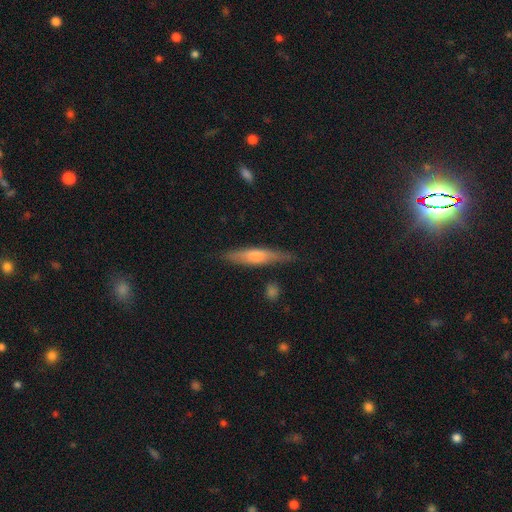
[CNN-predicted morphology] smooth 54%, featured or disk 40%, star or artifact 6%. Down the decision tree: how rounded — cigar-shaped (84%); merging — none (80%).